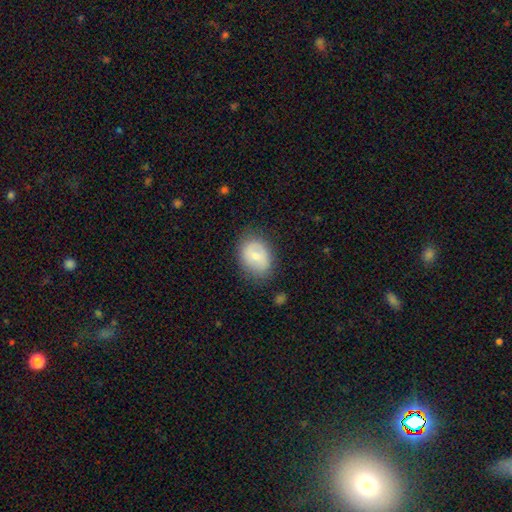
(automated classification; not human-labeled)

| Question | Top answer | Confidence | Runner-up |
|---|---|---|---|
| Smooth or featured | smooth | 59% | featured or disk (33%) |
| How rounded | in between | 63% | round (36%) |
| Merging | none | 69% | minor disturbance (22%) |